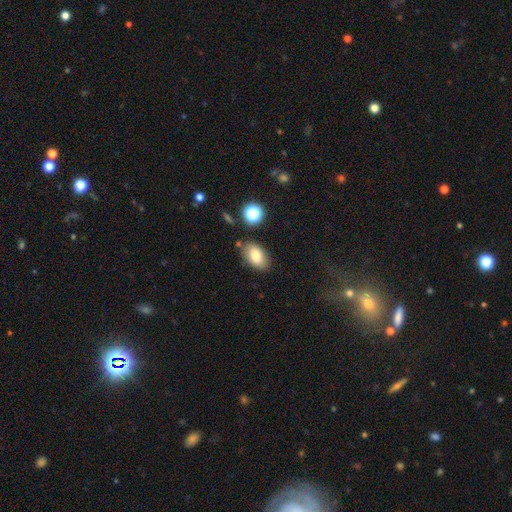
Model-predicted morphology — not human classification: This appears to be a smooth galaxy with no disk features (81%) that is in between round and cigar-shaped (91%). Merging: none (77%).